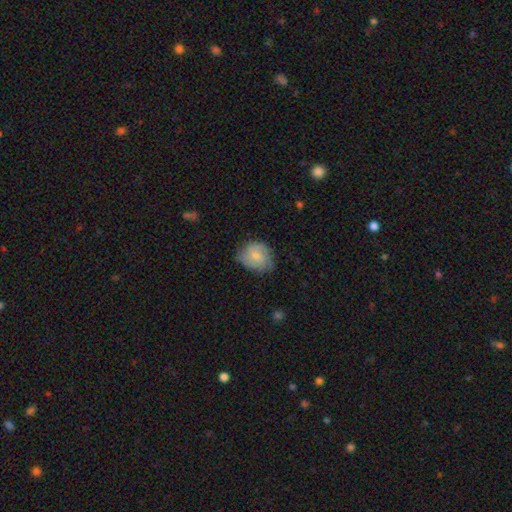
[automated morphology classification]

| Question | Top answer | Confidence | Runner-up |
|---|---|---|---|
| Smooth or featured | smooth | 61% | featured or disk (33%) |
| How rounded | round | 57% | in between (42%) |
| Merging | none | 58% | minor disturbance (31%) |